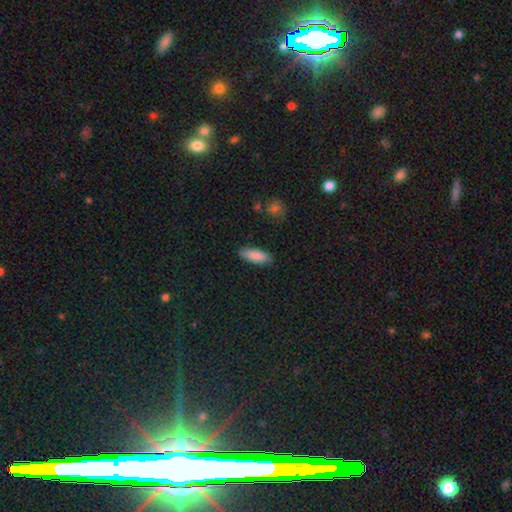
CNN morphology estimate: Smooth or featured?
  - smooth: 87% *
  - featured or disk: 7%
  - star or artifact: 6%
How rounded?
  - in between: 68% *
  - cigar-shaped: 30%
  - round: 2%
Merging?
  - none: 86% *
  - minor disturbance: 10%
  - major disturbance: 2%
  - merger: 1%